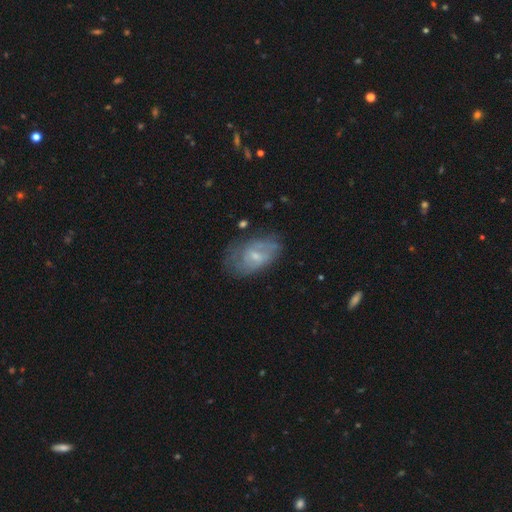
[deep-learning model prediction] This appears to be a featured or disk galaxy (50%). Merging: none (54%).